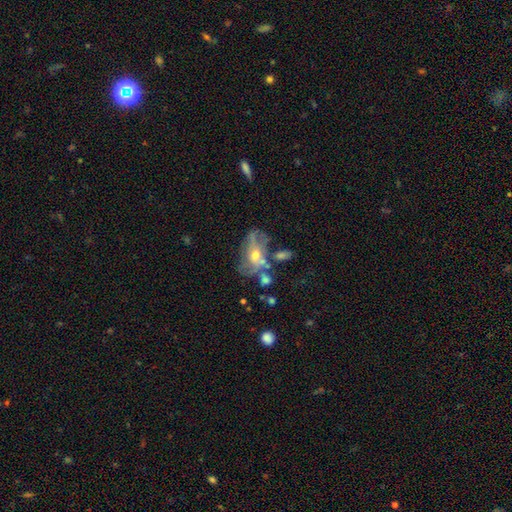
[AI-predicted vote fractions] Q: Smooth or featured?
A: featured or disk (58%); runner-up: smooth (31%)
Q: Edge-on disk?
A: no (91%); runner-up: yes (9%)
Q: Bar?
A: no (75%); runner-up: weak (19%)
Q: Spiral arms?
A: no (61%); runner-up: yes (39%)
Q: Bulge size?
A: moderate (58%); runner-up: small (36%)
Q: Merging?
A: none (34%); runner-up: merger (22%)